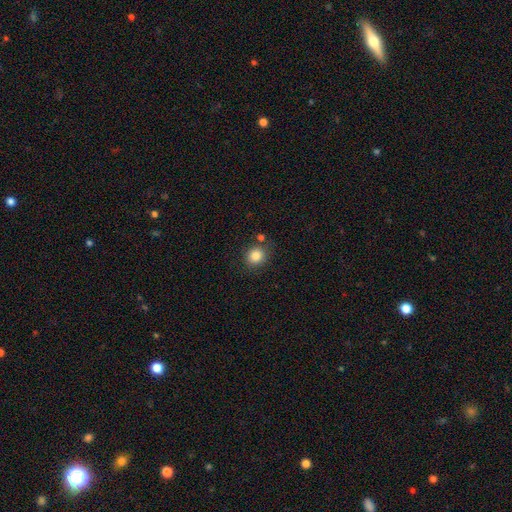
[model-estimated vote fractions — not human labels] Morphology: type=smooth (84%); roundness=round (80%); merging=none (78%).